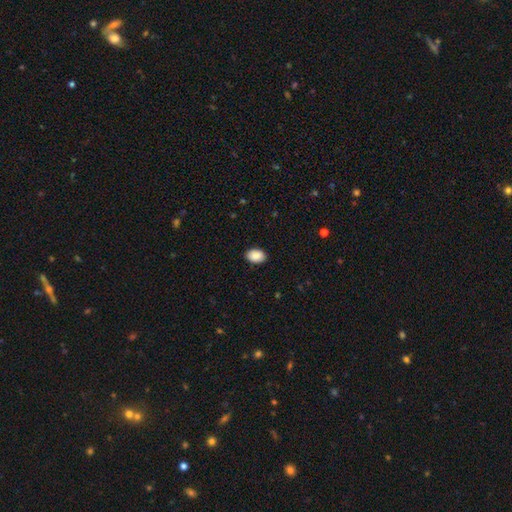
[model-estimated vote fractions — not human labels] Morphology: type=smooth (90%); roundness=in between (86%); merging=none (89%).